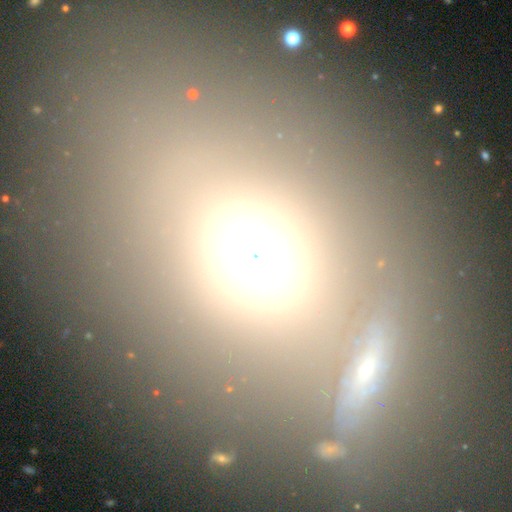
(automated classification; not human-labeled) smooth-or-featured: smooth: 62% | star or artifact: 23% | featured or disk: 15%
  how-rounded: round: 49% | in between: 48% | cigar-shaped: 3%
  merging: none: 57% | merger: 26% | minor disturbance: 10% | major disturbance: 7%